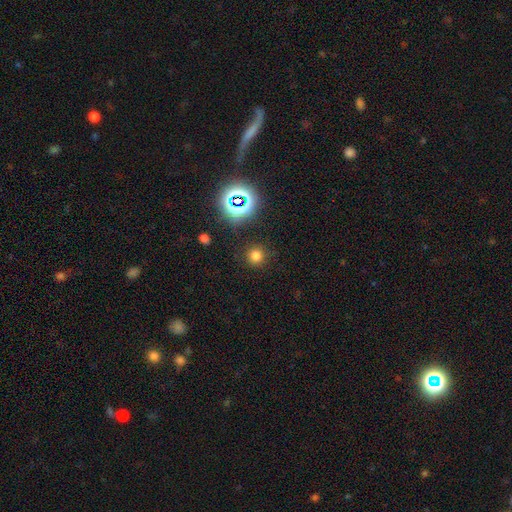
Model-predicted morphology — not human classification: Smooth or featured?
  - smooth: 71% *
  - star or artifact: 23%
  - featured or disk: 6%
How rounded?
  - round: 94% *
  - in between: 5%
  - cigar-shaped: 1%
Merging?
  - none: 88% *
  - minor disturbance: 7%
  - major disturbance: 3%
  - merger: 2%